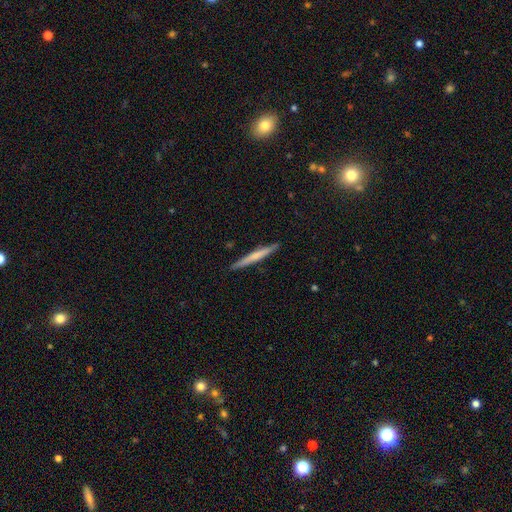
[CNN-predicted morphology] The model was most divided on "smooth or featured": smooth: 54%, featured or disk: 40%, star or artifact: 6%. More confident: how rounded — cigar-shaped (97%); merging — none (91%).